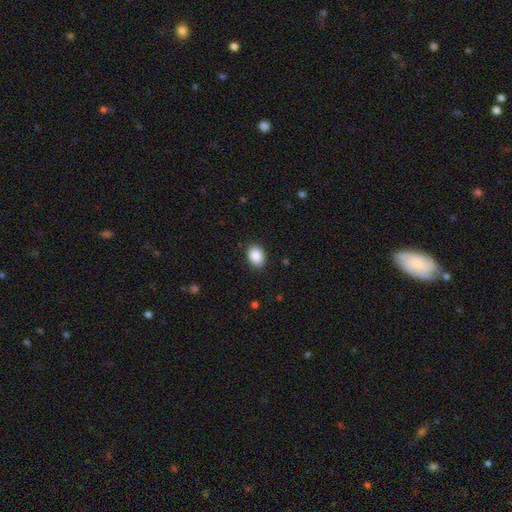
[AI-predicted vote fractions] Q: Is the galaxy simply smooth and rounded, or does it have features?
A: smooth — 89%.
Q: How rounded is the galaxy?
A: in between — 74%.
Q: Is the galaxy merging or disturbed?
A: none — 88%.